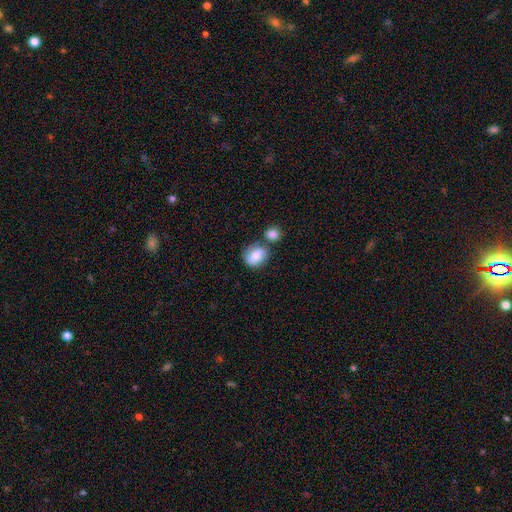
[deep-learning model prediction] Overall: smooth (77%). How rounded: in between (53%; round 46%). Merging: none (45%; merger 32%).